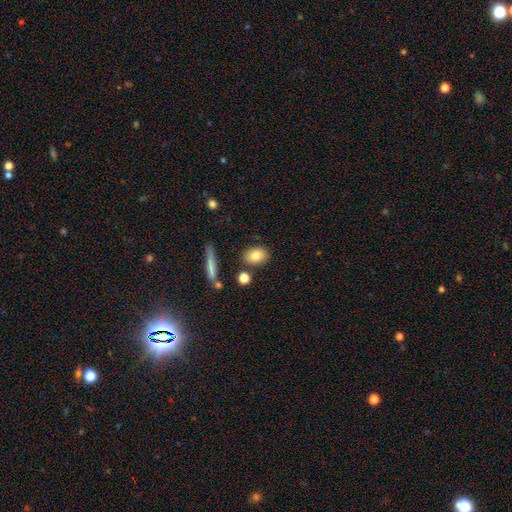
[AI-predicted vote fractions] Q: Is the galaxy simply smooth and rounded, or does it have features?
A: smooth — 81%.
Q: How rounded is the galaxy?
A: in between — 70%.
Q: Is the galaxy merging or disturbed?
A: none — 80%.